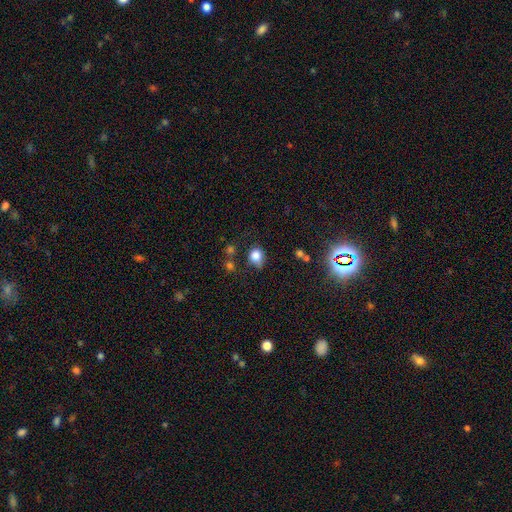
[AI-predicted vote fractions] Q: Smooth or featured?
A: smooth (81%); runner-up: star or artifact (12%)
Q: How rounded?
A: round (69%); runner-up: in between (30%)
Q: Merging?
A: none (53%); runner-up: minor disturbance (30%)